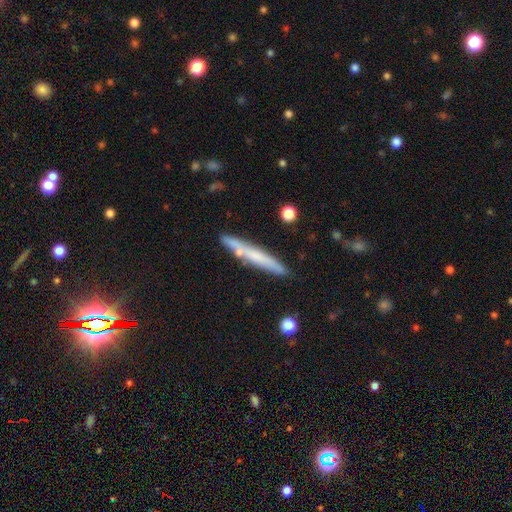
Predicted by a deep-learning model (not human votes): A smooth galaxy with no disk features (53%) that is cigar-shaped (95%).

Vote fractions:
- Smooth or featured? smooth: 53% / featured or disk: 40% / star or artifact: 7%
- How rounded? cigar-shaped: 95% / in between: 4% / round: 1%
- Merging? none: 80% / minor disturbance: 12% / merger: 6% / major disturbance: 2%